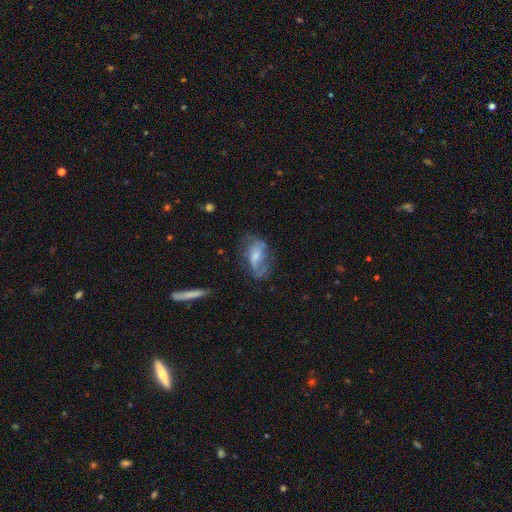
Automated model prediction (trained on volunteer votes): The model was most divided on "bulge size" (2-way tie): moderate: 41%, small: 41%, none: 10%, large: 7%, dominant: 1%. Remaining: edge-on disk — no (93%); spiral arms — yes (75%); smooth or featured — featured or disk (59%); bar — no (54%); merging — none (45%).